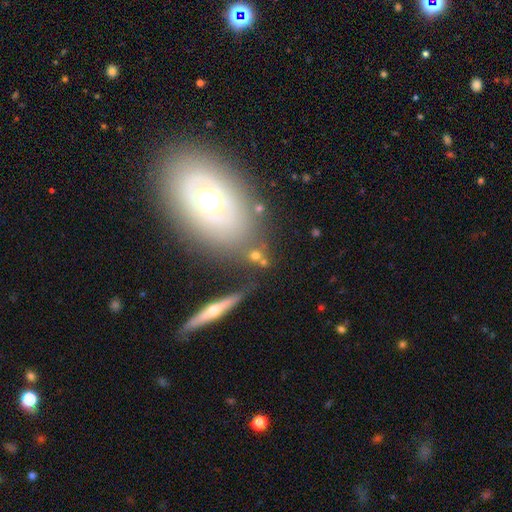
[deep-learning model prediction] Smooth or featured: smooth — 57% (featured or disk — 23%)
How rounded: round — 58% (in between — 33%)
Merging: none — 66% (merger — 14%)